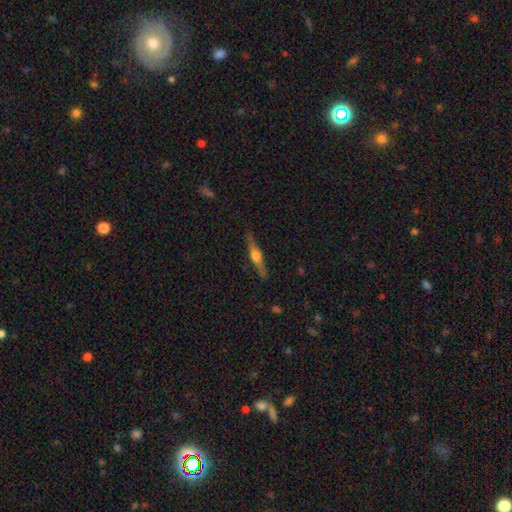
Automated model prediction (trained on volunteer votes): This appears to be a featured or disk galaxy (63%) viewed edge-on (96%) with a rounded central bulge (89%). Merging: none (86%).